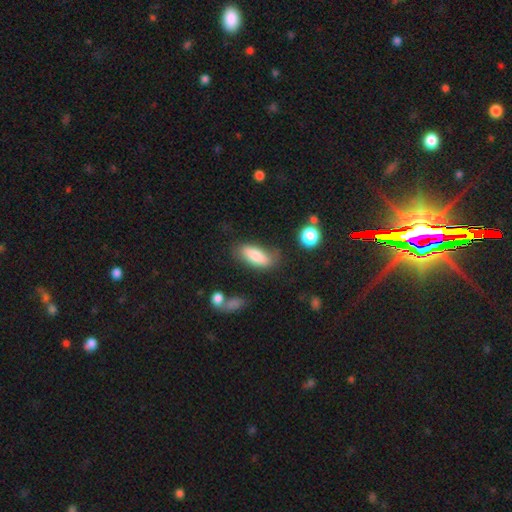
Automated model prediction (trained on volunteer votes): A smooth galaxy with no disk features (79%) that is in between round and cigar-shaped (76%).

Vote fractions:
- Smooth or featured? smooth: 79% / featured or disk: 14% / star or artifact: 7%
- How rounded? in between: 76% / cigar-shaped: 22% / round: 3%
- Merging? none: 65% / minor disturbance: 22% / major disturbance: 8% / merger: 5%